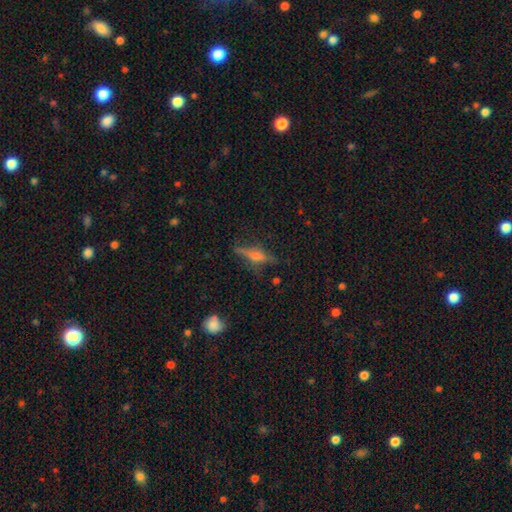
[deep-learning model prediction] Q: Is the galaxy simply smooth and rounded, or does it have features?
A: featured or disk — 62%.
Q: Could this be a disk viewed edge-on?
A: yes — 93%.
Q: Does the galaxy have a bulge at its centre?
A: rounded — 82%.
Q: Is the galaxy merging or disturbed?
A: none — 80%.